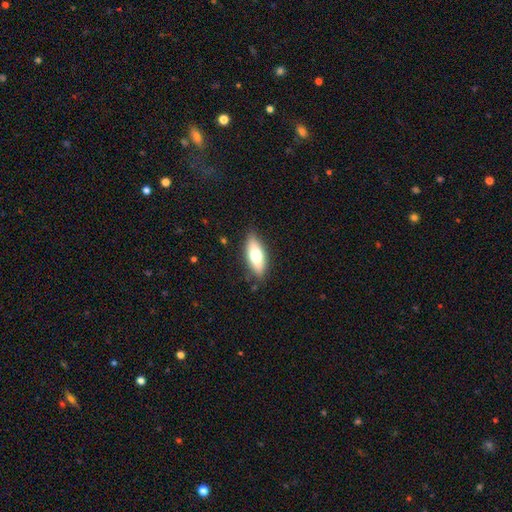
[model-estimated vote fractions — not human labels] A smooth galaxy with no disk features (66%) that is in between round and cigar-shaped (74%).

Vote fractions:
- Smooth or featured? smooth: 66% / featured or disk: 27% / star or artifact: 7%
- How rounded? in between: 74% / cigar-shaped: 23% / round: 3%
- Merging? none: 84% / minor disturbance: 13% / major disturbance: 3% / merger: 1%